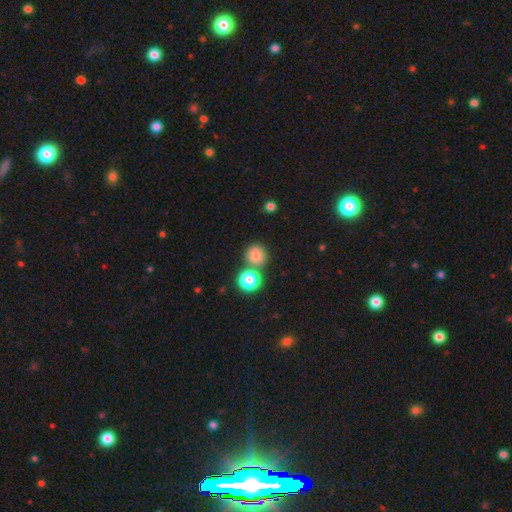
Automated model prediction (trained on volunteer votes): This is likely a smooth galaxy (78%). How rounded: clearly round (91%). Merging: likely none (69%).